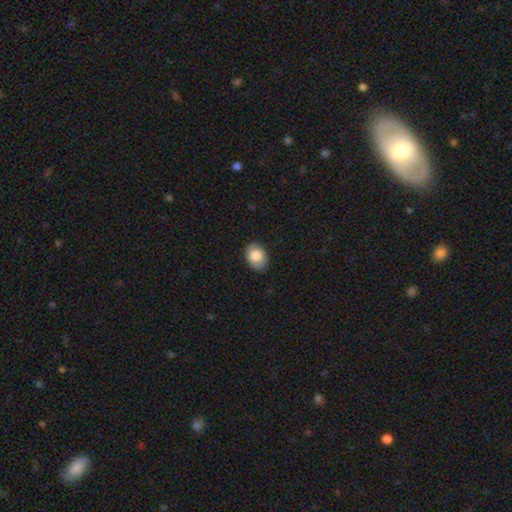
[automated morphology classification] This is clearly a smooth galaxy (81%). How rounded: likely in between (73%). Merging: clearly none (85%).